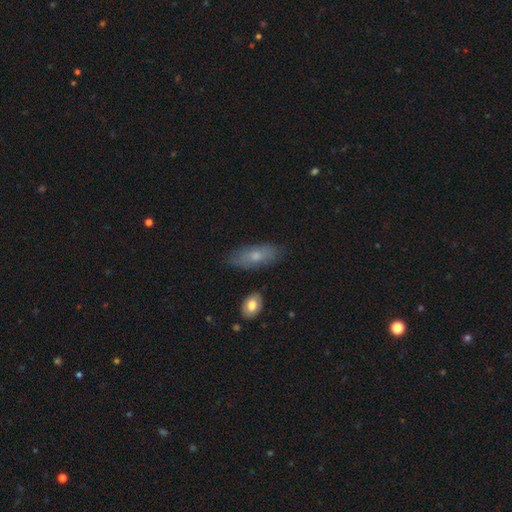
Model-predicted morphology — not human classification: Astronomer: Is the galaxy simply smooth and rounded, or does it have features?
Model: smooth — 65%.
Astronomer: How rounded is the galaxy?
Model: in between — 75%.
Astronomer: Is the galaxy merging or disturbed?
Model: none — 79%.